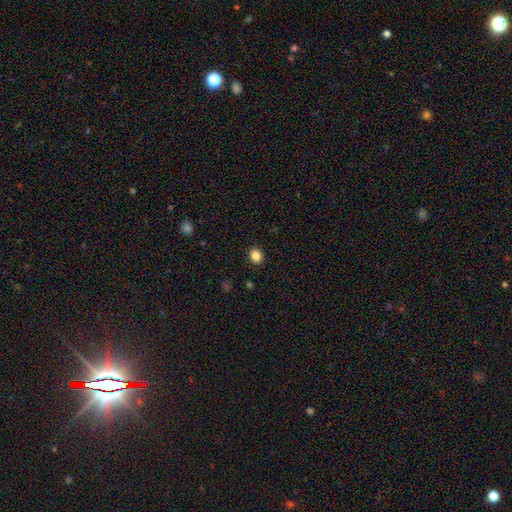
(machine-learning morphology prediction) smooth 86%, star or artifact 11%, featured or disk 3%. Down the decision tree: how rounded — round (73%); merging — none (91%).